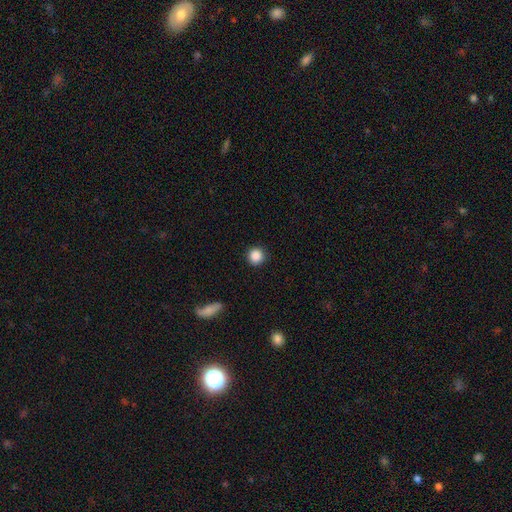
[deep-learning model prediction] smooth_or_featured: smooth (p=0.87) [alt: star or artifact p=0.10]
how_rounded: round (p=0.94) [alt: in between p=0.05]
merging: none (p=0.90) [alt: minor disturbance p=0.06]